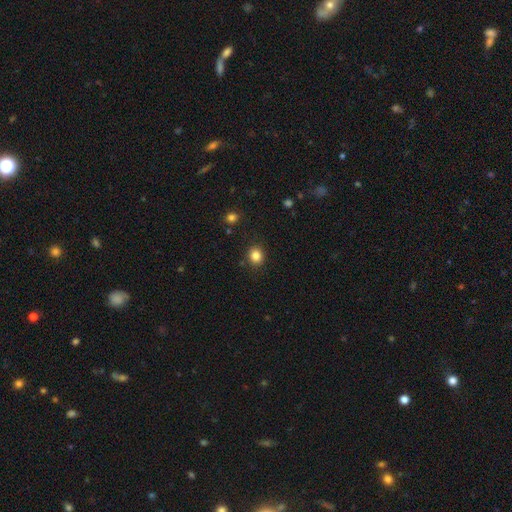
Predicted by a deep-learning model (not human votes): The model was most divided on "how rounded": round: 75%, in between: 24%, cigar-shaped: 1%. More confident: merging — none (88%); smooth or featured — smooth (84%).